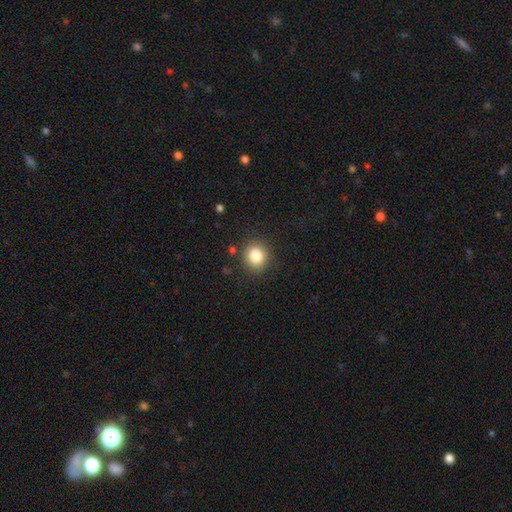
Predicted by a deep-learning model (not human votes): smooth-or-featured: smooth: 83% | star or artifact: 11% | featured or disk: 6%
  how-rounded: round: 85% | in between: 14% | cigar-shaped: 1%
  merging: none: 88% | minor disturbance: 8% | major disturbance: 3% | merger: 2%